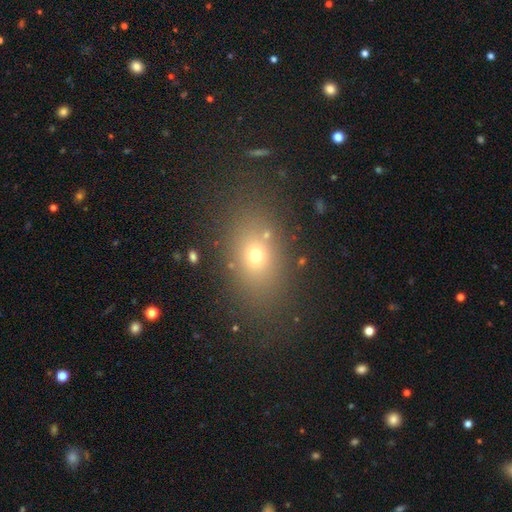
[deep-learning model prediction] smooth-or-featured: smooth: 67% | star or artifact: 18% | featured or disk: 14%
  how-rounded: in between: 69% | round: 29% | cigar-shaped: 2%
  merging: none: 78% | minor disturbance: 11% | major disturbance: 7% | merger: 4%